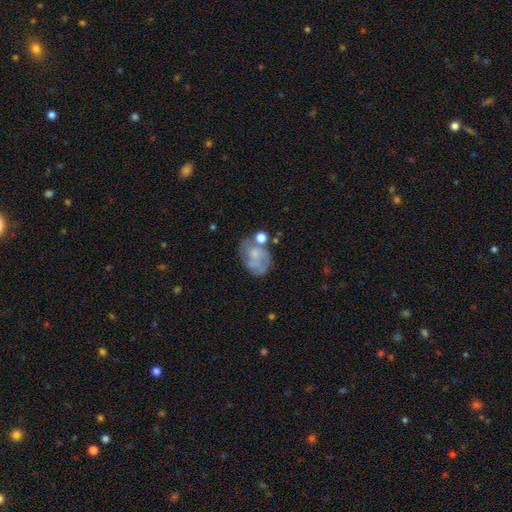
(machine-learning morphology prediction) A featured or disk galaxy (54%) with no bar (83%), no spiral arms (56%) and a small central bulge (45%). Merging: none (43%).